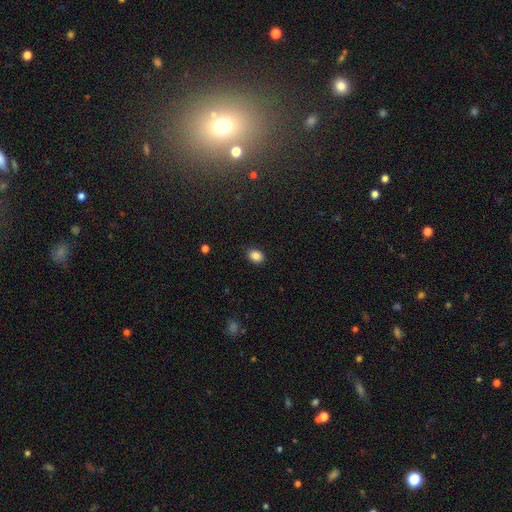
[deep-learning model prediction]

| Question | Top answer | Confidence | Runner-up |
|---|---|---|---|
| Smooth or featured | smooth | 86% | star or artifact (10%) |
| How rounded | in between | 56% | round (43%) |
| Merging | none | 85% | minor disturbance (12%) |